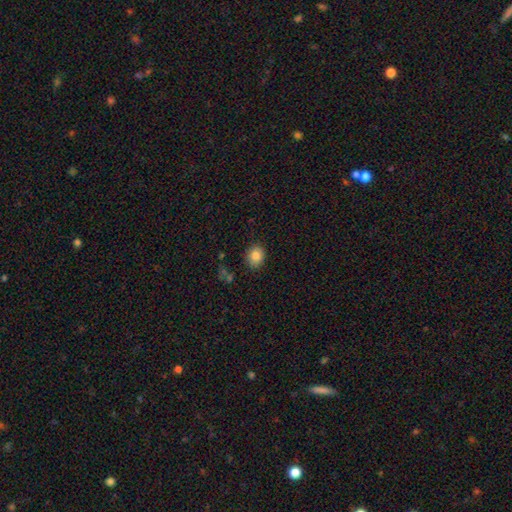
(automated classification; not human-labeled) Smooth or featured?
  - smooth: 84% *
  - star or artifact: 10%
  - featured or disk: 6%
How rounded?
  - round: 67% *
  - in between: 32%
  - cigar-shaped: 1%
Merging?
  - none: 87% *
  - minor disturbance: 9%
  - major disturbance: 2%
  - merger: 2%